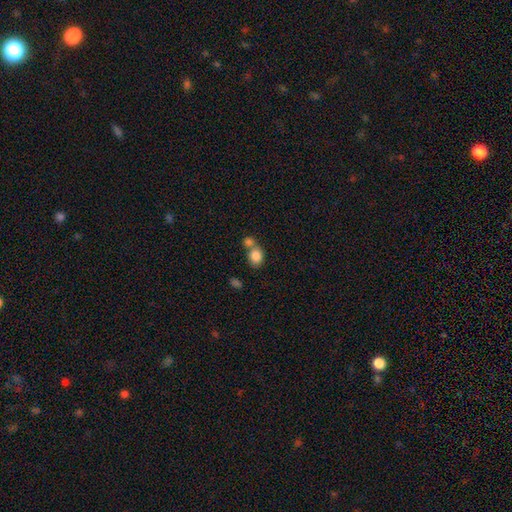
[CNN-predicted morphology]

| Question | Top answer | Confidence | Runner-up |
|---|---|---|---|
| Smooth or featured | smooth | 84% | star or artifact (9%) |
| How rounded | round | 55% | in between (44%) |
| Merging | merger | 49% | none (38%) |